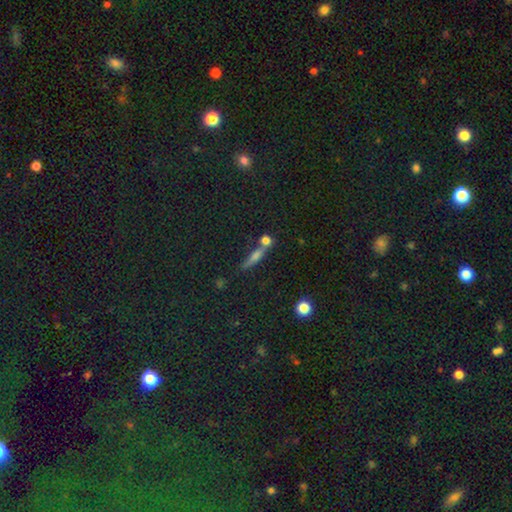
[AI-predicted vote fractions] smooth-or-featured: smooth: 44% | featured or disk: 37% | star or artifact: 19%
  merging: none: 61% | merger: 22% | minor disturbance: 12% | major disturbance: 5%